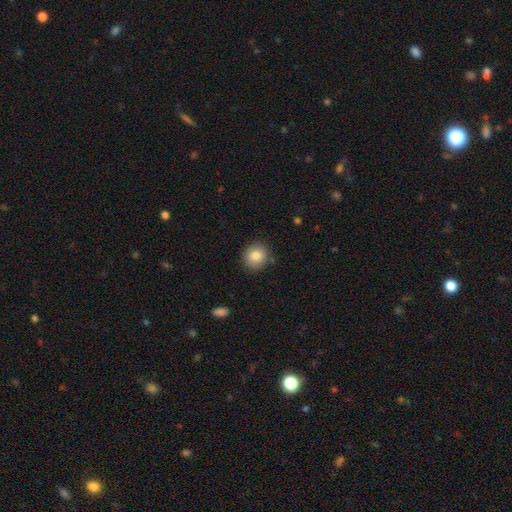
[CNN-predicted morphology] Smooth or featured?
  - smooth: 85% *
  - star or artifact: 9%
  - featured or disk: 7%
How rounded?
  - round: 83% *
  - in between: 16%
  - cigar-shaped: 1%
Merging?
  - none: 85% *
  - minor disturbance: 10%
  - major disturbance: 2%
  - merger: 2%